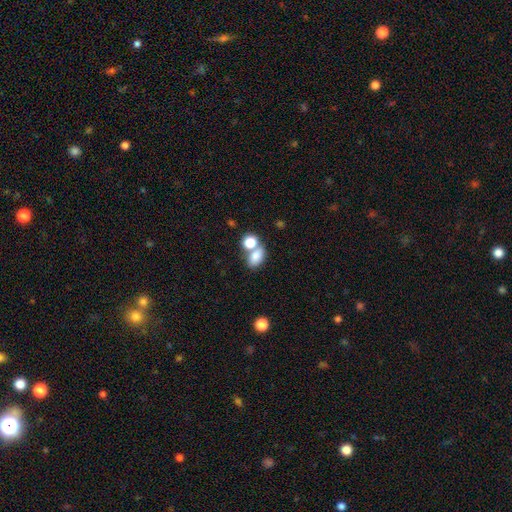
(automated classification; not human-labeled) The model was most divided on "merging": merger: 46%, none: 40%, minor disturbance: 10%, major disturbance: 5%. More confident: smooth or featured — smooth (79%); how rounded — in between (79%).